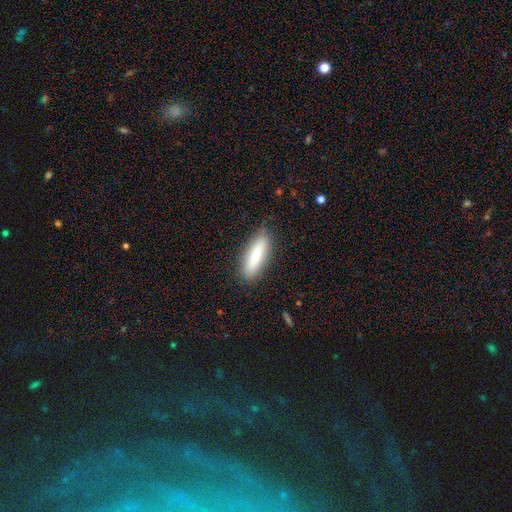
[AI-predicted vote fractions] This is clearly a smooth galaxy (81%). How rounded: possibly cigar-shaped (52%). Merging: clearly none (83%).